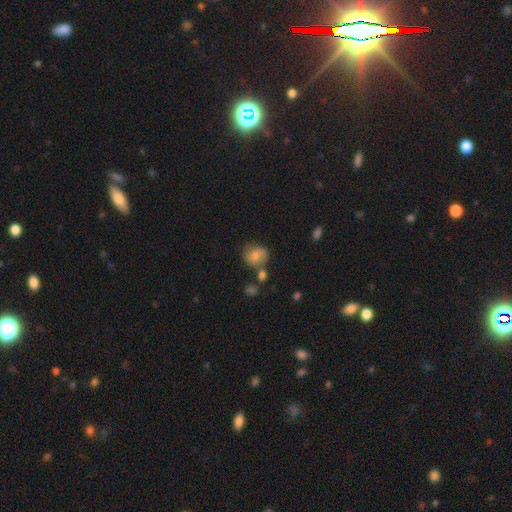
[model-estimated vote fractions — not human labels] The model was most divided on "how rounded": round: 70%, in between: 28%, cigar-shaped: 1%. More confident: smooth or featured — smooth (68%); merging — none (61%).